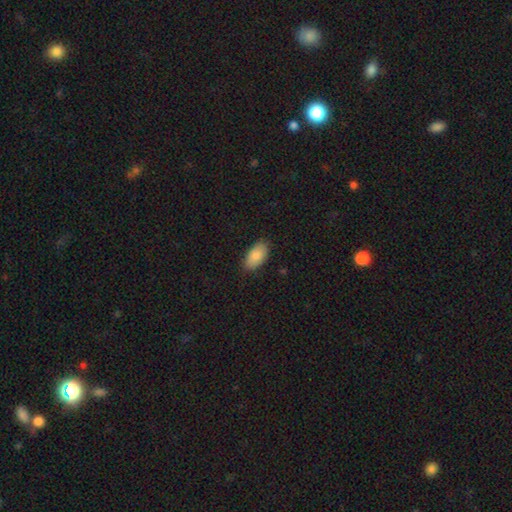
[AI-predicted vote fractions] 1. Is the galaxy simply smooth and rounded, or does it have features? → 87% smooth, 7% featured or disk, 6% star or artifact.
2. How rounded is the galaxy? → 94% in between, 3% cigar-shaped, 3% round.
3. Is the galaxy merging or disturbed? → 84% none, 12% minor disturbance, 2% major disturbance, 1% merger.